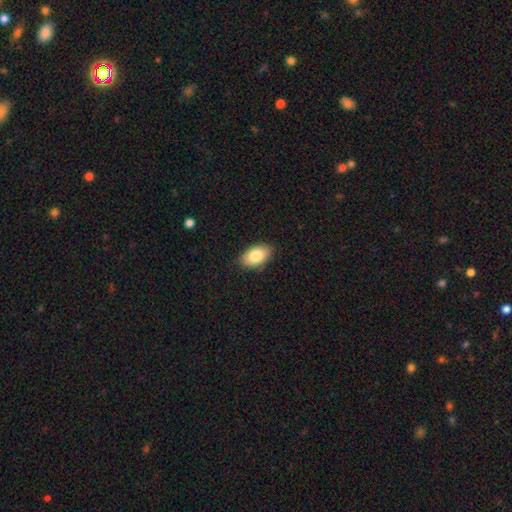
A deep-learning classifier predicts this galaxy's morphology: This is clearly a smooth galaxy (82%). How rounded: clearly in between (93%). Merging: clearly none (87%).